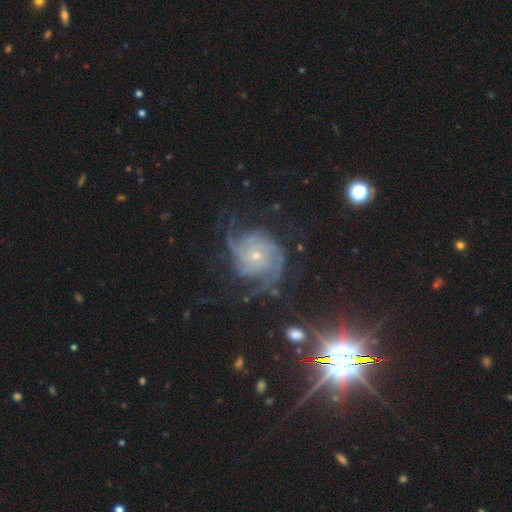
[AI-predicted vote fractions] smooth-or-featured: featured or disk: 87% | star or artifact: 8% | smooth: 5%
  disk-edge-on: no: 98% | yes: 2%
    bar: no: 76% | weak: 18% | strong: 5%
    has-spiral-arms: yes: 97% | no: 3%
      spiral-winding: tight: 49% | medium: 39% | loose: 12%
      spiral-arm-count: 3: 32% | 4: 20% | can't tell: 17% | 2: 15% | more than 4: 8% | 1: 7%
    bulge-size: small: 76% | moderate: 20% | none: 2% | large: 1% | dominant: 1%
  merging: none: 65% | minor disturbance: 18% | major disturbance: 15% | merger: 2%